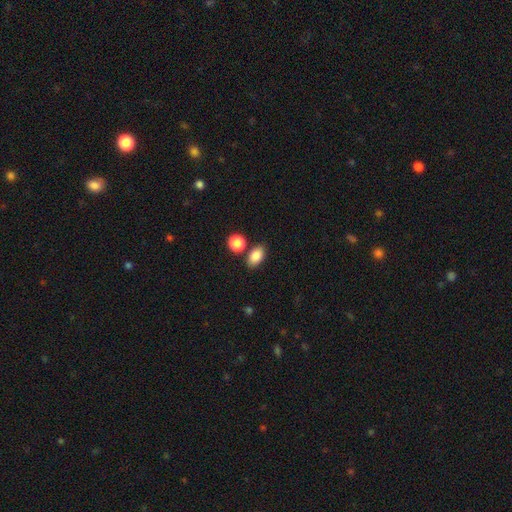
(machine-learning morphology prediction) This appears to be a smooth galaxy with no disk features (85%) that is in between round and cigar-shaped (85%). Merging: none (76%).